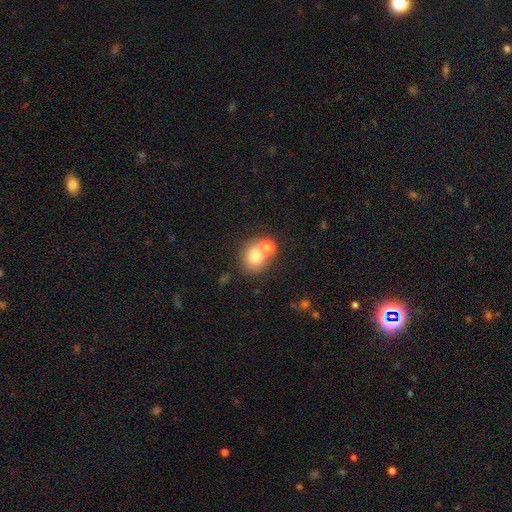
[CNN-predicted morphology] This appears to be a smooth galaxy with no disk features (75%) that is round (72%). Merging: none (49%).